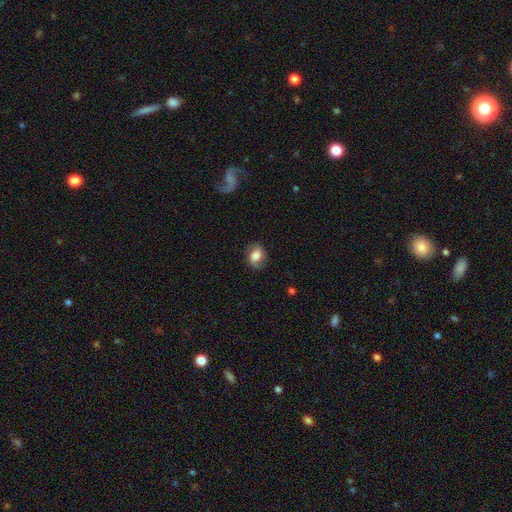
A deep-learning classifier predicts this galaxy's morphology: type=smooth (69%); roundness=in between (65%); merging=none (78%).